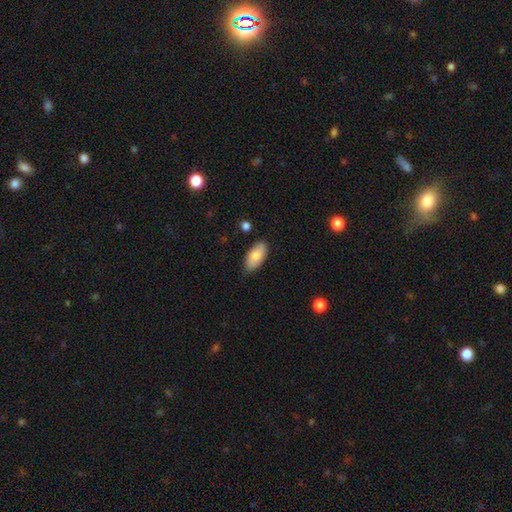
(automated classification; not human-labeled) Smooth or featured: smooth — 81% (featured or disk — 13%)
How rounded: in between — 93% (cigar-shaped — 4%)
Merging: none — 80% (minor disturbance — 15%)